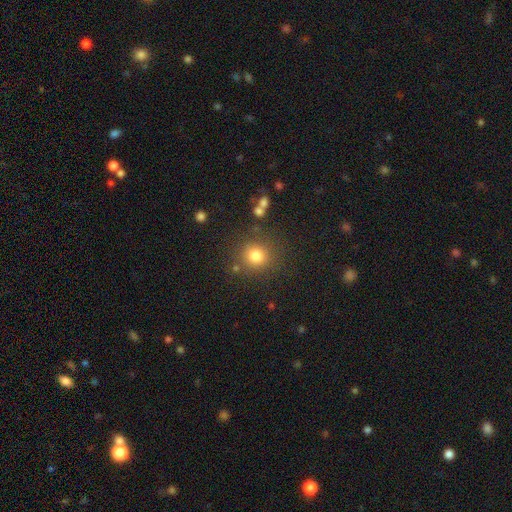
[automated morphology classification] Smooth or featured: smooth — 79% (star or artifact — 14%)
How rounded: round — 89% (in between — 10%)
Merging: none — 81% (minor disturbance — 10%)